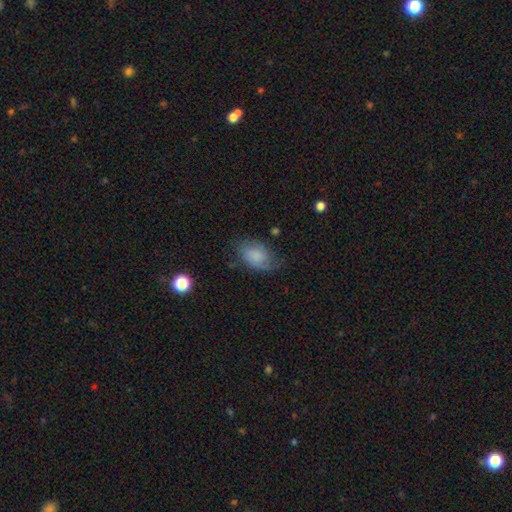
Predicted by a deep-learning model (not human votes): Morphology: type=smooth (62%); roundness=in between (83%); merging=none (54%).